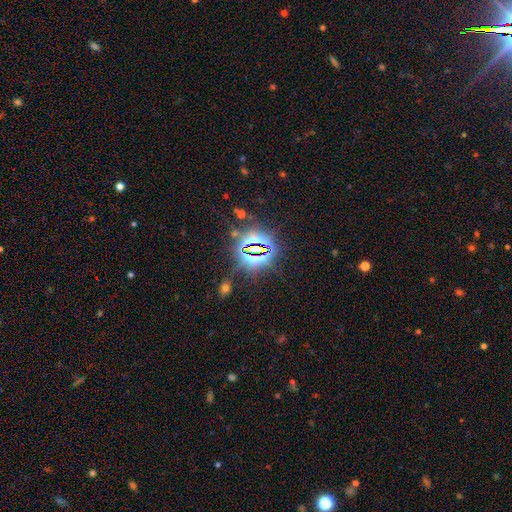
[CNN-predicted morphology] Smooth or featured: star or artifact — 82% (smooth — 10%)